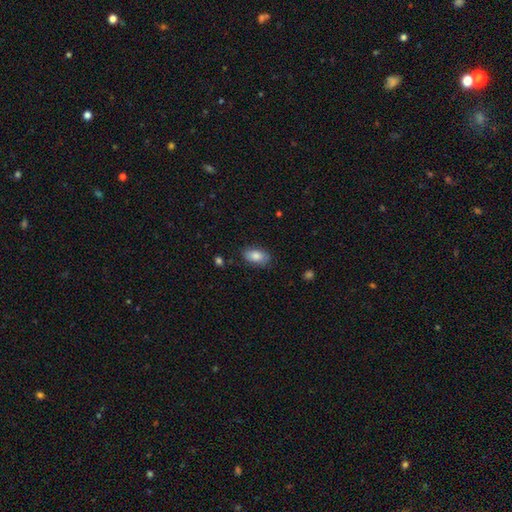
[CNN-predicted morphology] A smooth galaxy with no disk features (84%) that is in between round and cigar-shaped (92%).

Vote fractions:
- Smooth or featured? smooth: 84% / featured or disk: 9% / star or artifact: 7%
- How rounded? in between: 92% / round: 5% / cigar-shaped: 3%
- Merging? none: 82% / minor disturbance: 14% / major disturbance: 3% / merger: 1%